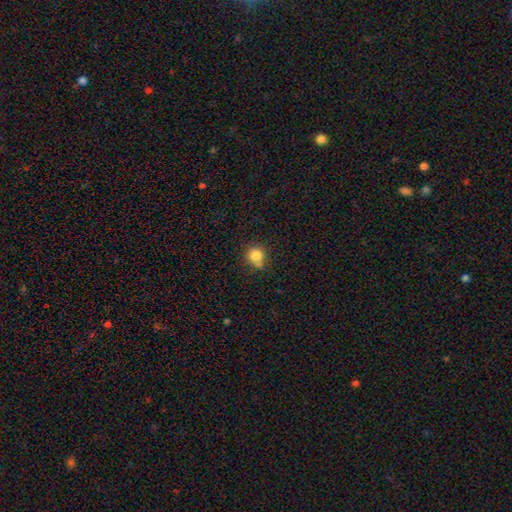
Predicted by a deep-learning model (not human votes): This appears to be a smooth galaxy with no disk features (82%) that is round (88%). Merging: none (63%).